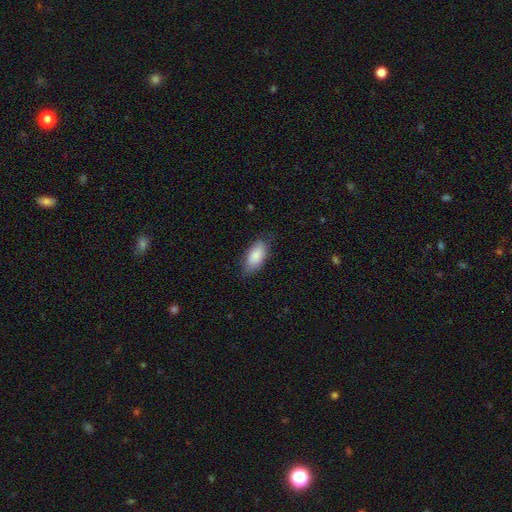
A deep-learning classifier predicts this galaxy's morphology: A smooth galaxy with no disk features (86%) that is in between round and cigar-shaped (92%). Merging: none (75%).